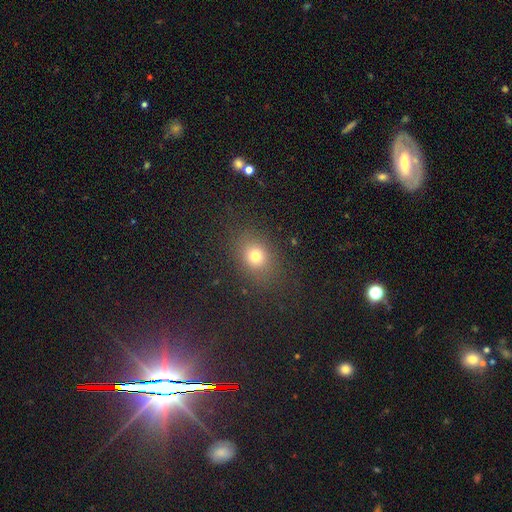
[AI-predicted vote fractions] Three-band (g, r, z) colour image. It shows a smooth galaxy with no disk features (74%) that is round (53%). Merging: none (82%).